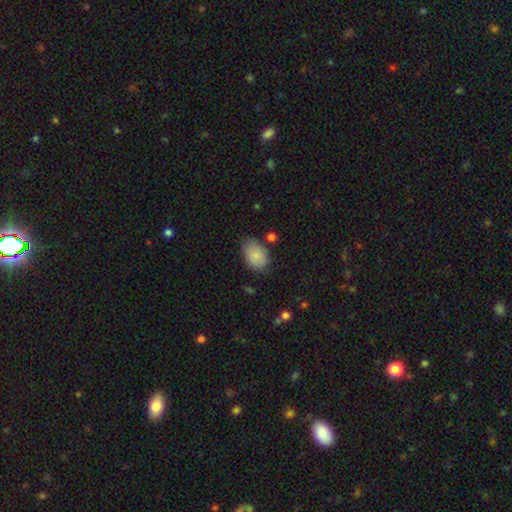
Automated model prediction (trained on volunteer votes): This is clearly a smooth galaxy (84%). How rounded: likely in between (80%). Merging: likely none (69%).